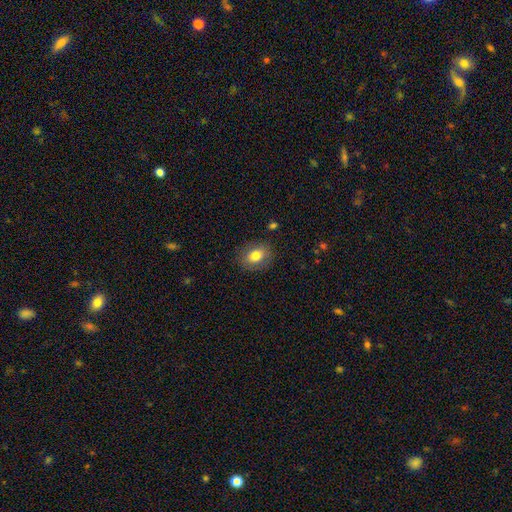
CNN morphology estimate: smooth_or_featured: smooth (p=0.78) [alt: featured or disk p=0.13]
how_rounded: in between (p=0.57) [alt: round p=0.42]
merging: none (p=0.84) [alt: minor disturbance p=0.11]